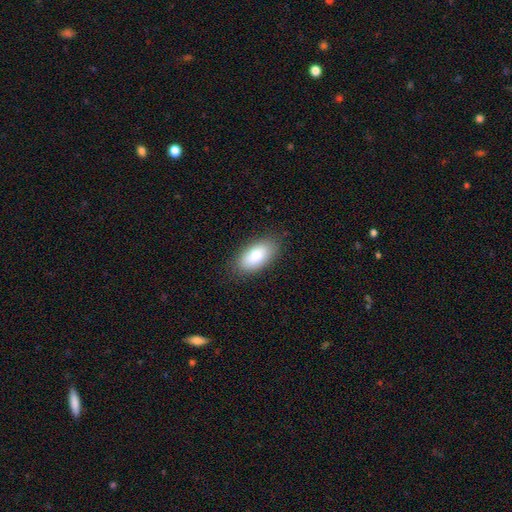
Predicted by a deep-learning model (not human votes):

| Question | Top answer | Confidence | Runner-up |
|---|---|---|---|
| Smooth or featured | smooth | 86% | featured or disk (8%) |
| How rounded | in between | 93% | cigar-shaped (4%) |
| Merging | none | 84% | minor disturbance (12%) |